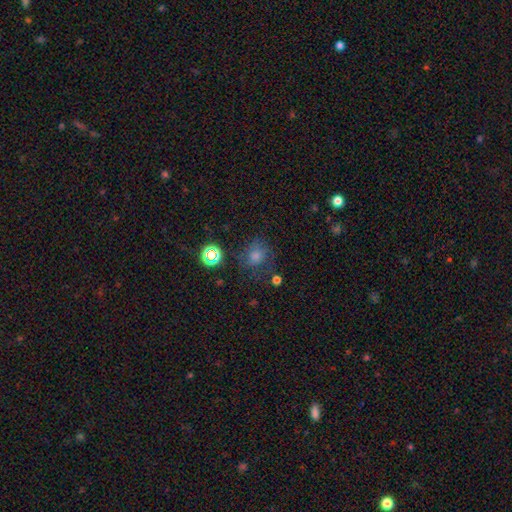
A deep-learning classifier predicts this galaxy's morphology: The model was most divided on "smooth or featured": smooth: 52%, star or artifact: 29%, featured or disk: 19%. More confident: how rounded — round (75%); merging — none (68%).